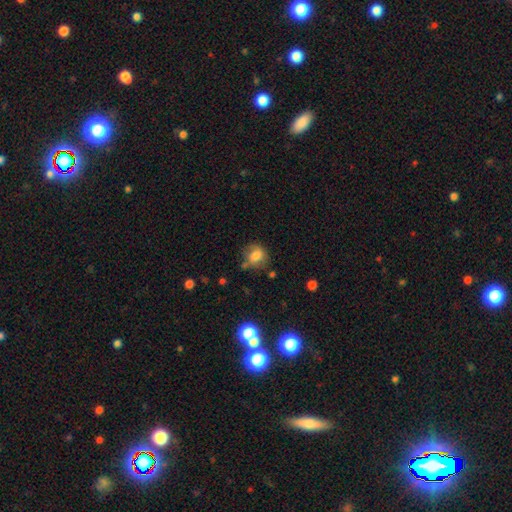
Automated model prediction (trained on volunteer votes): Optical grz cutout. It shows a smooth galaxy with no disk features (77%) that is round (65%). Merging: none (63%).